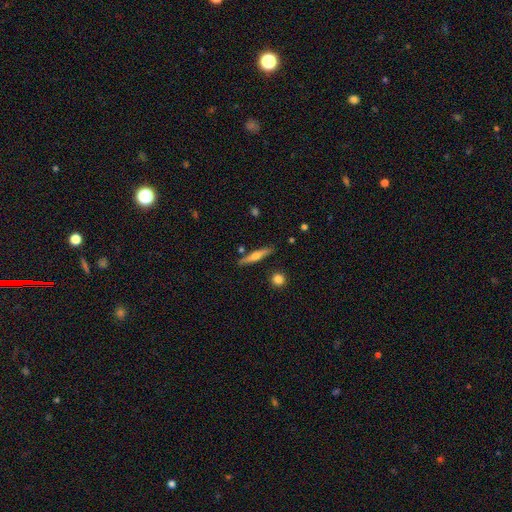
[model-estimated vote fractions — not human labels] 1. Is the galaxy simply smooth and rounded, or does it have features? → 54% featured or disk, 39% smooth, 6% star or artifact.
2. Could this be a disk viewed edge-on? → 95% yes, 5% no.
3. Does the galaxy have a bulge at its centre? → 87% rounded, 8% none, 5% boxy.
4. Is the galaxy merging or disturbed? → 85% none, 9% minor disturbance, 4% merger, 2% major disturbance.